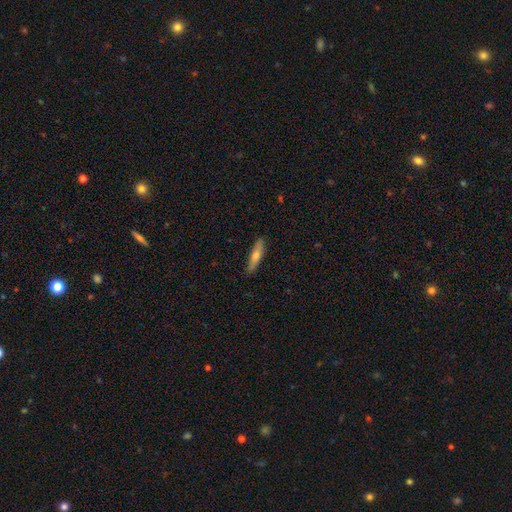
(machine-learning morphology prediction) Q: Smooth or featured?
A: smooth (59%); runner-up: featured or disk (36%)
Q: How rounded?
A: cigar-shaped (79%); runner-up: in between (19%)
Q: Merging?
A: none (86%); runner-up: minor disturbance (11%)